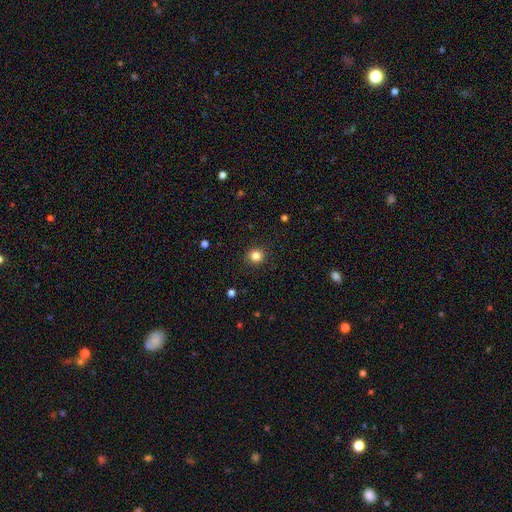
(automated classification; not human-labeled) The model was most divided on "smooth or featured": smooth: 83%, star or artifact: 12%, featured or disk: 5%. More confident: how rounded — round (92%); merging — none (91%).